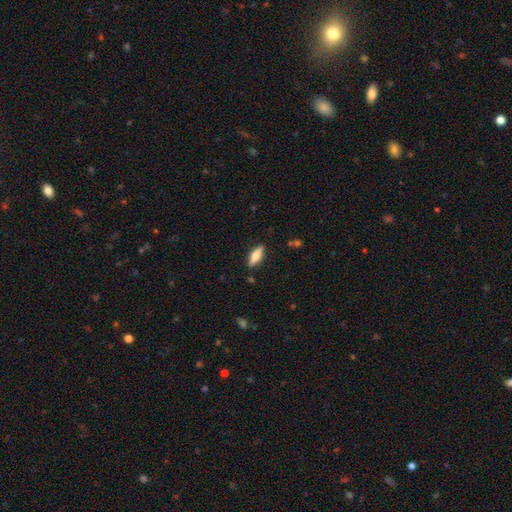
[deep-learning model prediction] Smooth or featured? smooth (65%)
How rounded? in between (57%)
Merging? none (88%)